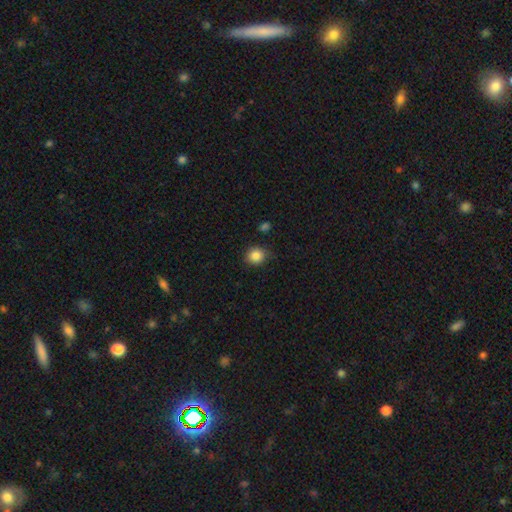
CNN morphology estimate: This is clearly a smooth galaxy (85%). How rounded: clearly round (81%). Merging: clearly none (80%).